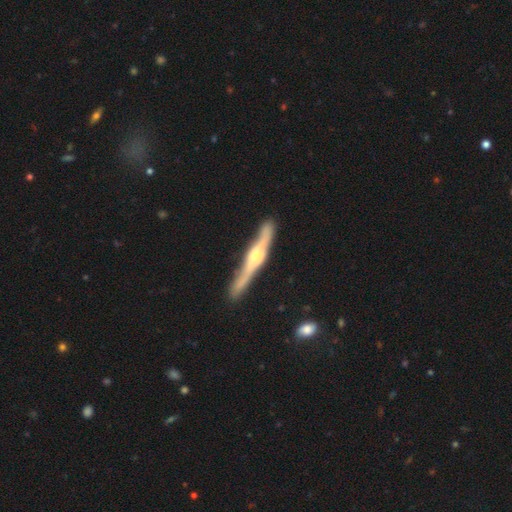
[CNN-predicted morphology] This appears to be a featured or disk galaxy (78%) viewed edge-on (95%) with a rounded central bulge (77%). Merging: none (83%).